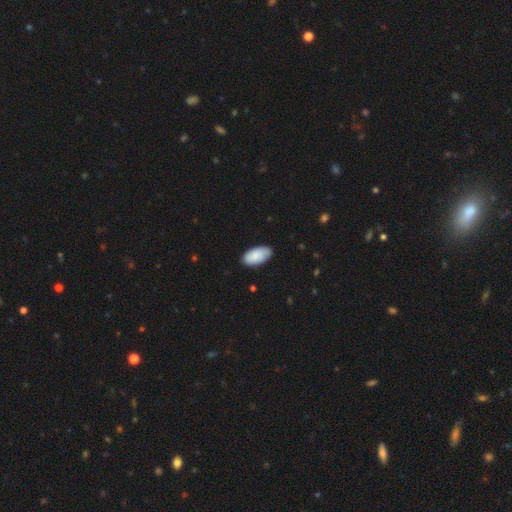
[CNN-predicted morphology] Q: Smooth or featured?
A: smooth (81%); runner-up: featured or disk (13%)
Q: How rounded?
A: in between (95%); runner-up: cigar-shaped (2%)
Q: Merging?
A: none (82%); runner-up: minor disturbance (15%)